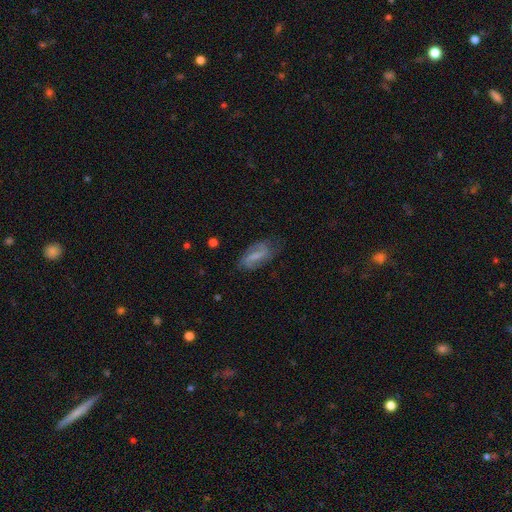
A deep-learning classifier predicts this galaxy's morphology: This is possibly a featured or disk galaxy (59%). It is clearly not viewed edge-on (93%). Bar: possibly weak (48%). Spiral arm pattern: clearly yes (85%). Central bulge: marginally none (39%). Merging: likely none (66%).